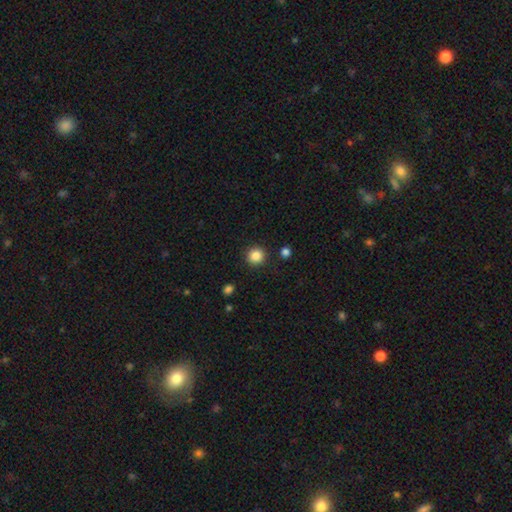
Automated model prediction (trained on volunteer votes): Smooth or featured? smooth (86%)
How rounded? round (94%)
Merging? none (90%)